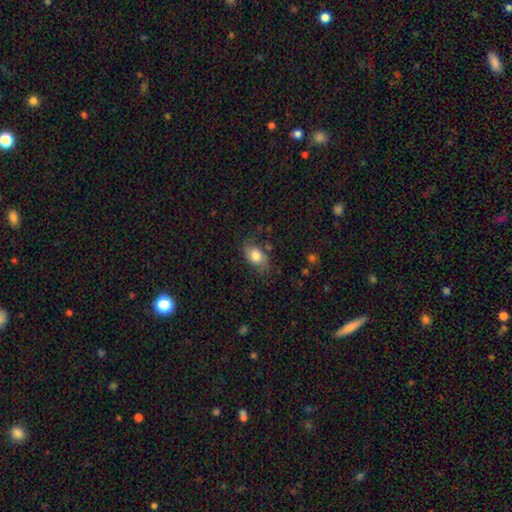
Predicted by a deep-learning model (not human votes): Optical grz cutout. It shows a smooth galaxy with no disk features (75%) that is in between round and cigar-shaped (85%). Merging: none (68%).